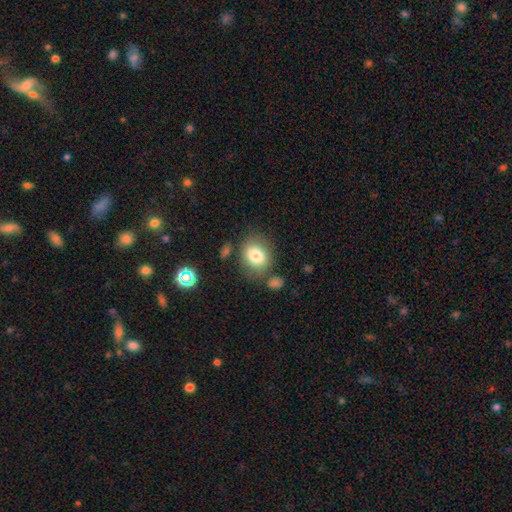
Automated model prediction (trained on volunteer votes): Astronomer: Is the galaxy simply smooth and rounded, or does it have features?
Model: smooth — 79%.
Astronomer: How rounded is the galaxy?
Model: round — 54% (runner-up: in between, 45%).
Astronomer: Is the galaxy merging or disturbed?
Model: none — 70%.